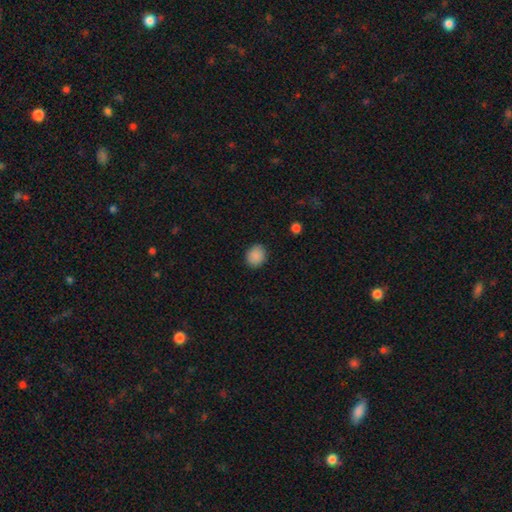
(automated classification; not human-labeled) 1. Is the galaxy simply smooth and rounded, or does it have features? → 89% smooth, 9% star or artifact, 3% featured or disk.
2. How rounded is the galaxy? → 72% round, 27% in between, 1% cigar-shaped.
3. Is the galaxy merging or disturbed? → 89% none, 8% minor disturbance, 2% major disturbance, 1% merger.